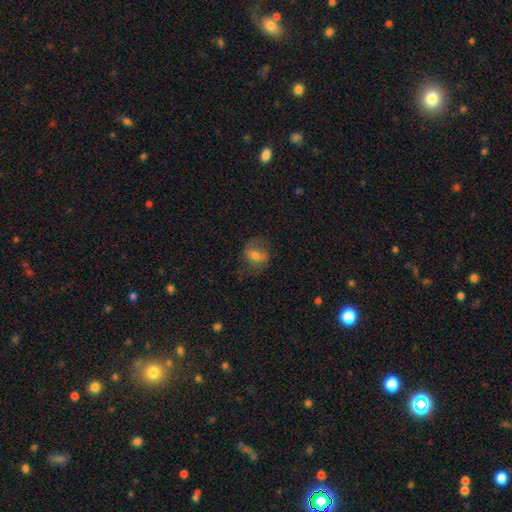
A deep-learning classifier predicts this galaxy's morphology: Smooth or featured: smooth — 59% (featured or disk — 32%)
How rounded: in between — 51% (round — 47%)
Merging: none — 64% (minor disturbance — 21%)